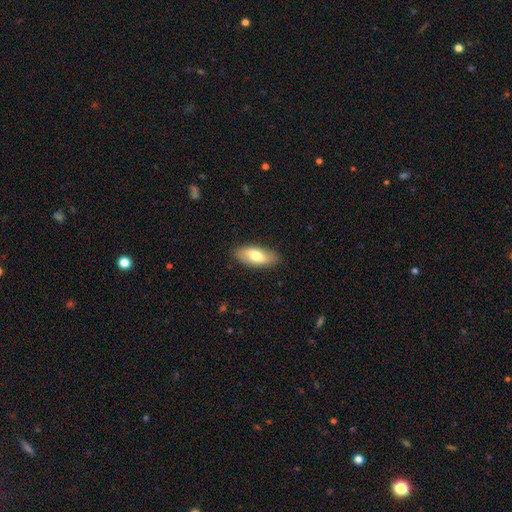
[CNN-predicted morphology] Smooth or featured? Predicted: smooth (p=0.70). How rounded? Predicted: in between (p=0.85). Merging? Predicted: none (p=0.87).